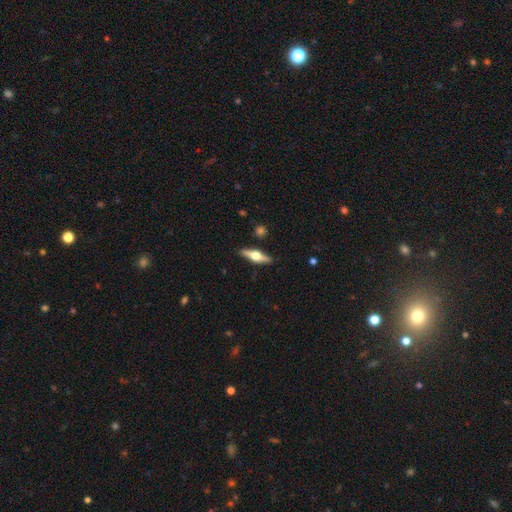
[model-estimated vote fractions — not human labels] Smooth or featured? featured or disk (68%)
Edge-on disk? yes (96%)
Edge-on bulge? rounded (95%)
Merging? none (88%)